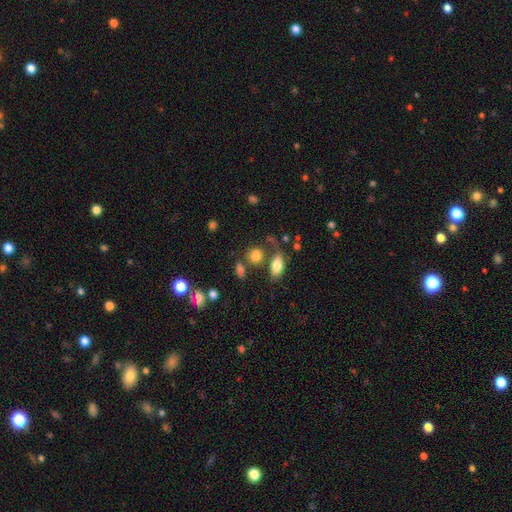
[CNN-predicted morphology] This is clearly a smooth galaxy (80%). How rounded: possibly round (56%). Merging: possibly none (60%).